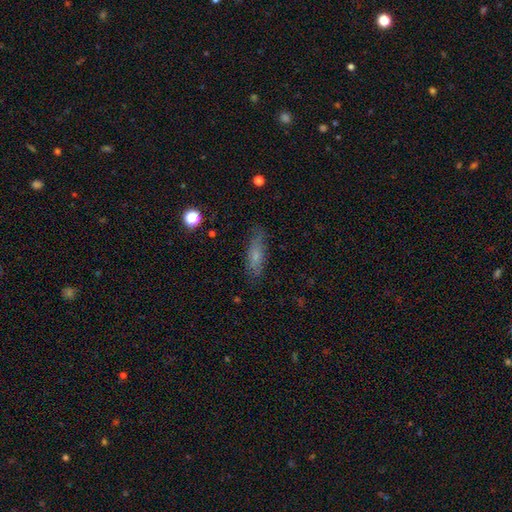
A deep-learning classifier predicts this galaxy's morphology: Q: Smooth or featured?
A: smooth (60%); runner-up: featured or disk (30%)
Q: How rounded?
A: in between (49%); runner-up: cigar-shaped (48%)
Q: Merging?
A: none (76%); runner-up: minor disturbance (17%)